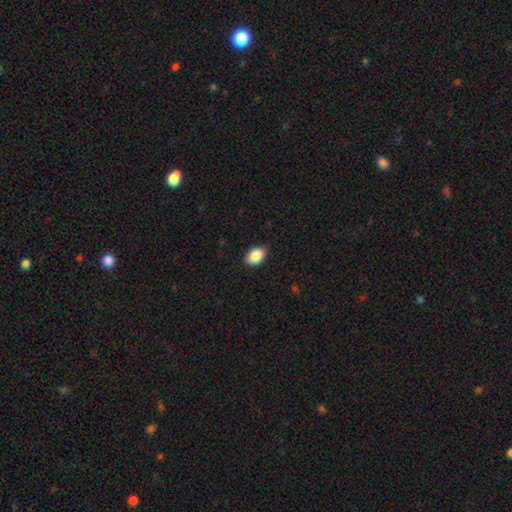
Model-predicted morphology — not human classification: A smooth galaxy with no disk features (88%) that is in between round and cigar-shaped (82%). Merging: none (88%).